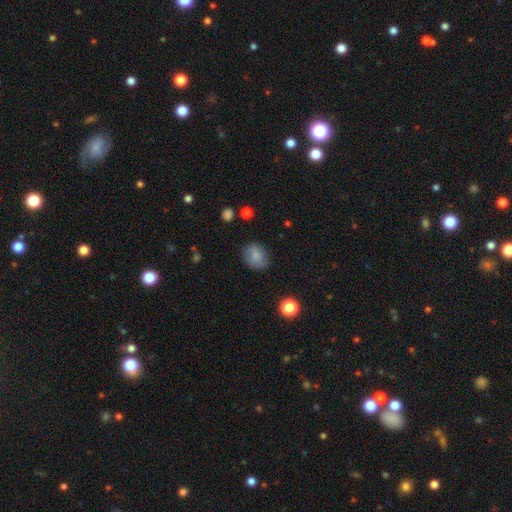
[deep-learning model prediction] A smooth galaxy with no disk features (82%) that is in between round and cigar-shaped (55%).

Vote fractions:
- Smooth or featured? smooth: 82% / star or artifact: 9% / featured or disk: 9%
- How rounded? in between: 55% / round: 44% / cigar-shaped: 1%
- Merging? none: 80% / minor disturbance: 15% / major disturbance: 4% / merger: 1%